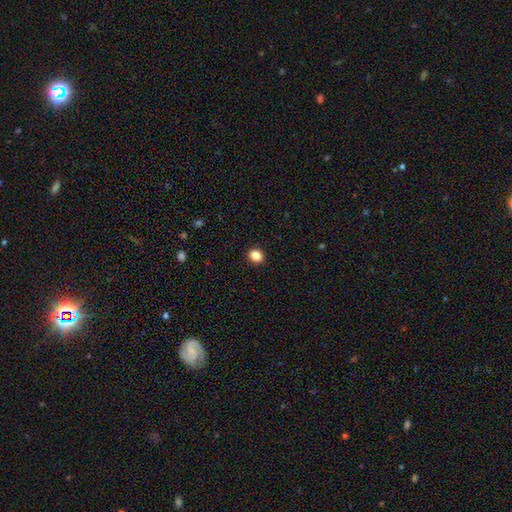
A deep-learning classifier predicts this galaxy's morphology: Smooth or featured? Predicted: smooth (p=0.86). How rounded? Predicted: round (p=0.56). Merging? Predicted: none (p=0.92).